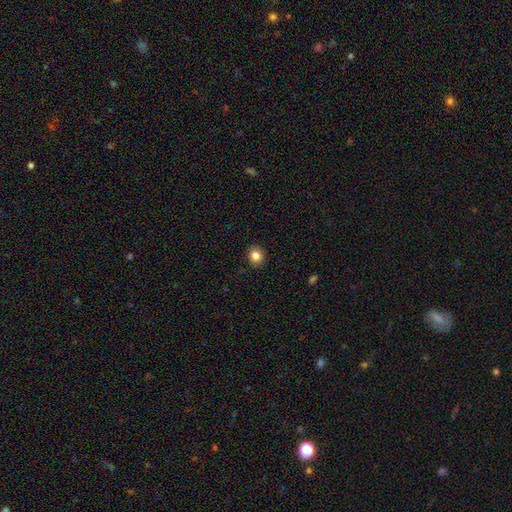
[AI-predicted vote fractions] smooth-or-featured: smooth: 84% | star or artifact: 10% | featured or disk: 5%
  how-rounded: round: 73% | in between: 26% | cigar-shaped: 1%
  merging: none: 91% | minor disturbance: 7% | major disturbance: 2% | merger: 1%